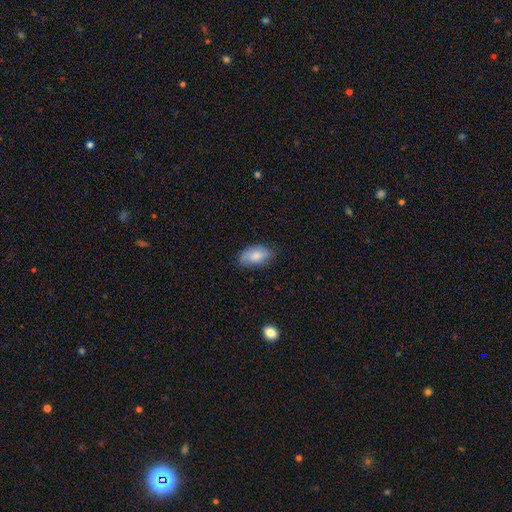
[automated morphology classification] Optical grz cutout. It shows a smooth galaxy with no disk features (79%) that is in between round and cigar-shaped (92%). Merging: none (73%).